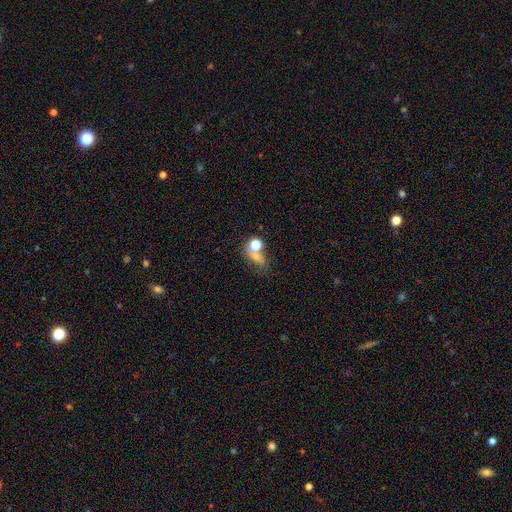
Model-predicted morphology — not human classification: A smooth galaxy with no disk features (58%) that is round (50%). Merging: merger (39%, tied with none).